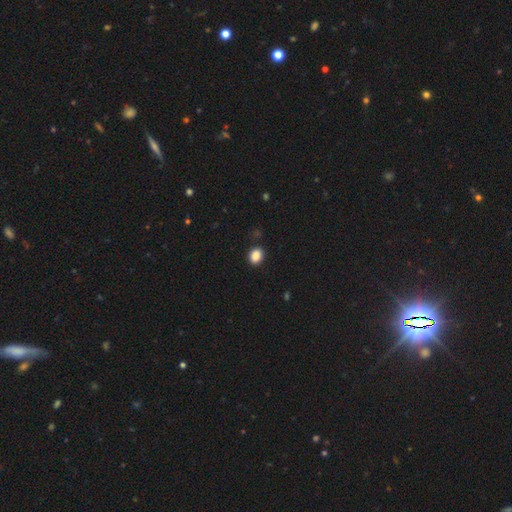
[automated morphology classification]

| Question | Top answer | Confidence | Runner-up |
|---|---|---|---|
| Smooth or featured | smooth | 88% | star or artifact (9%) |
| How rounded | in between | 56% | round (43%) |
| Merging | none | 86% | minor disturbance (10%) |